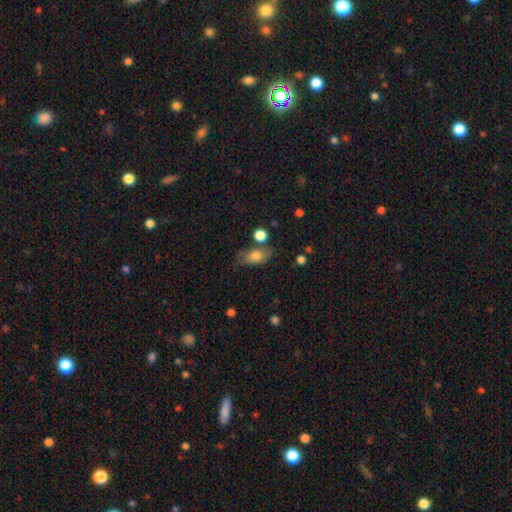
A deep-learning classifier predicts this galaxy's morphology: type=smooth (77%); roundness=in between (84%); merging=none (63%).